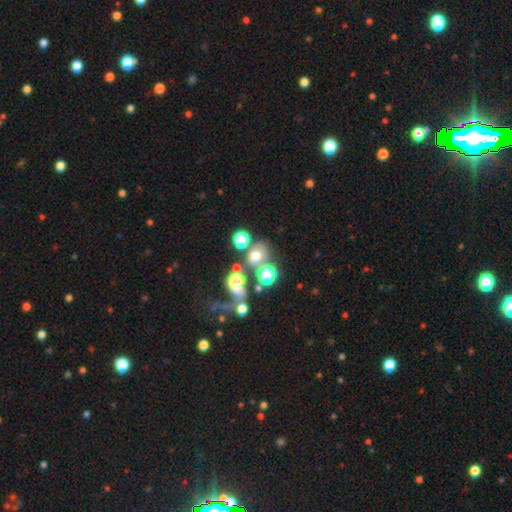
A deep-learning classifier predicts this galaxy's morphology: A smooth galaxy with no disk features (58%) that is round (71%).

Vote fractions:
- Smooth or featured? smooth: 58% / star or artifact: 24% / featured or disk: 17%
- How rounded? round: 71% / in between: 27% / cigar-shaped: 1%
- Merging? none: 50% / merger: 29% / minor disturbance: 11% / major disturbance: 10%